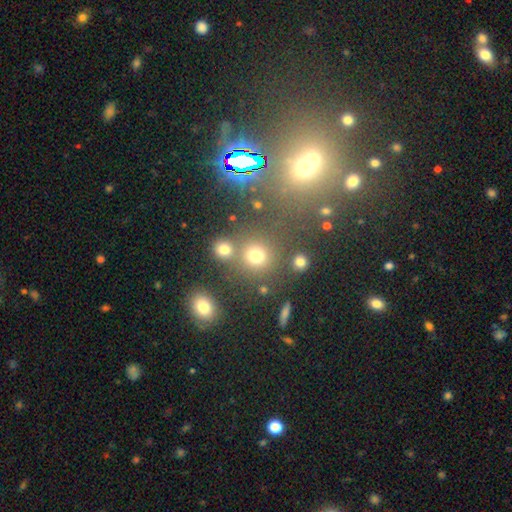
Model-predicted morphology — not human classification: Smooth or featured? smooth (73%)
How rounded? round (89%)
Merging? none (68%)